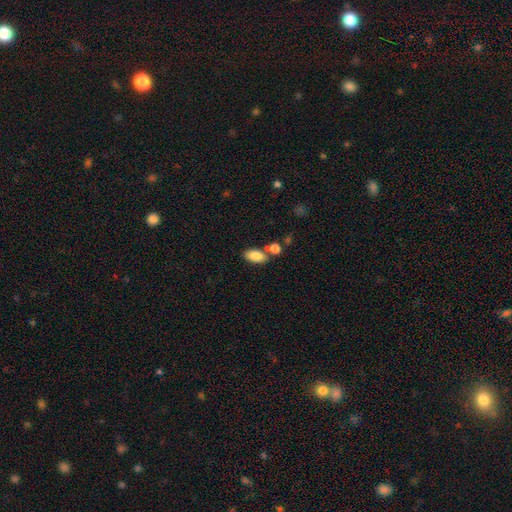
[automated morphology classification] Smooth or featured: smooth — 85% (featured or disk — 8%)
How rounded: in between — 92% (cigar-shaped — 4%)
Merging: none — 62% (merger — 23%)